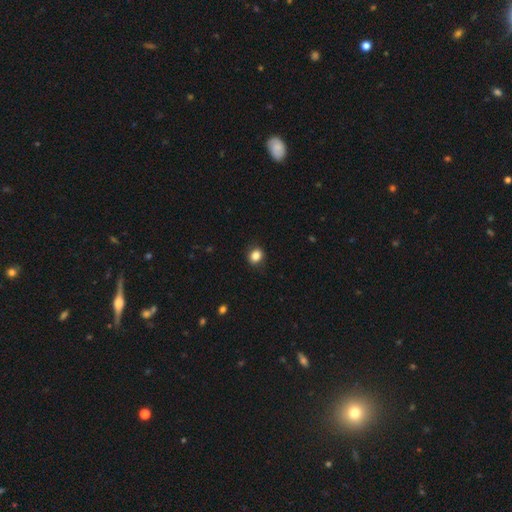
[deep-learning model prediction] The model was most divided on "how rounded": round: 65%, in between: 35%, cigar-shaped: 1%. More confident: merging — none (86%); smooth or featured — smooth (85%).